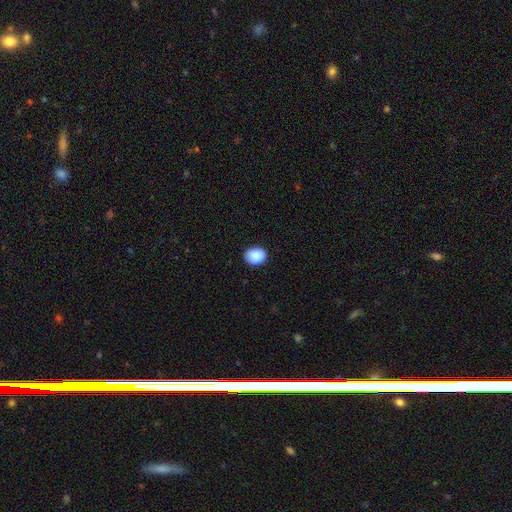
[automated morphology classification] A smooth galaxy with no disk features (90%) that is in between round and cigar-shaped (52%).

Vote fractions:
- Smooth or featured? smooth: 90% / star or artifact: 7% / featured or disk: 3%
- How rounded? in between: 52% / round: 47% / cigar-shaped: 1%
- Merging? none: 87% / minor disturbance: 10% / major disturbance: 2% / merger: 1%